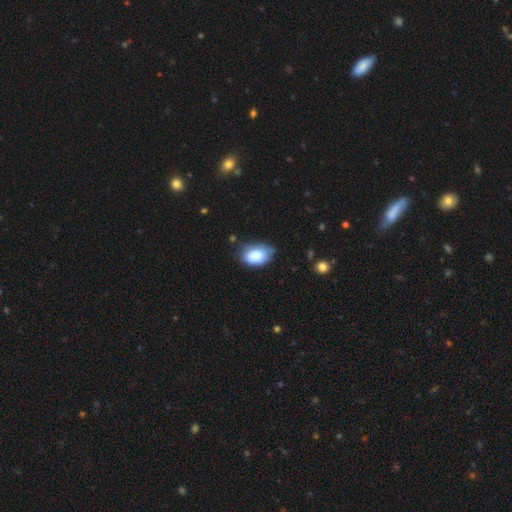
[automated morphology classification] Smooth or featured: smooth — 85% (featured or disk — 8%)
How rounded: in between — 90% (round — 9%)
Merging: none — 57% (minor disturbance — 33%)